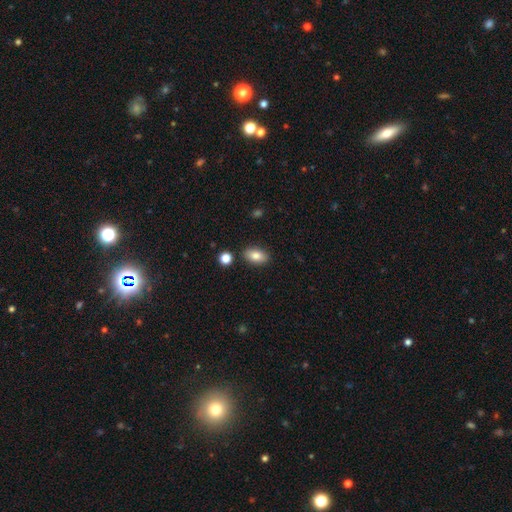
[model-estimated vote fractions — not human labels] Smooth or featured: smooth — 82% (featured or disk — 10%)
How rounded: in between — 89% (round — 7%)
Merging: none — 87% (minor disturbance — 8%)